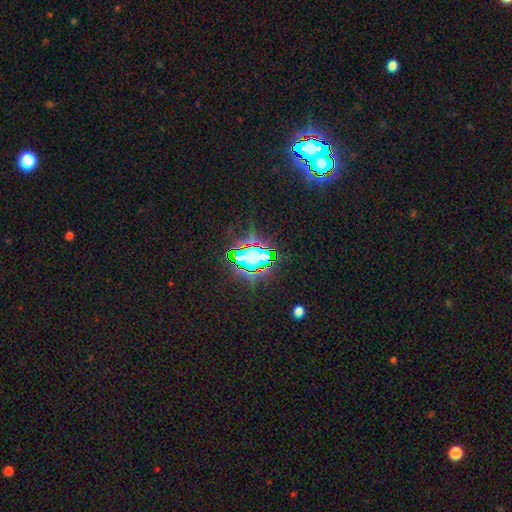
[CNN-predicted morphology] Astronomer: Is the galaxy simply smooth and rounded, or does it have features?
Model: star or artifact — 81%.